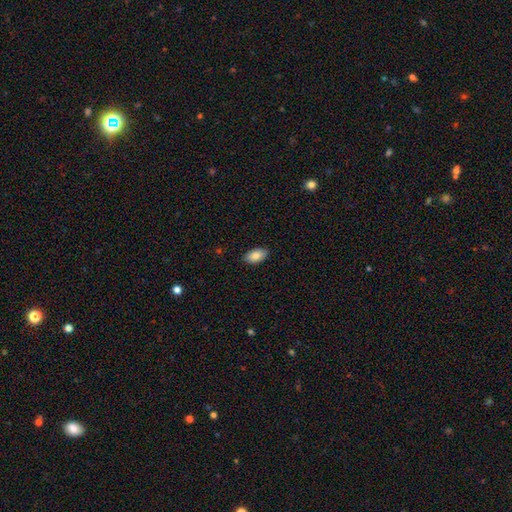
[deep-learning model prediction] Smooth or featured? Predicted: smooth (p=0.84). How rounded? Predicted: in between (p=0.94). Merging? Predicted: none (p=0.87).